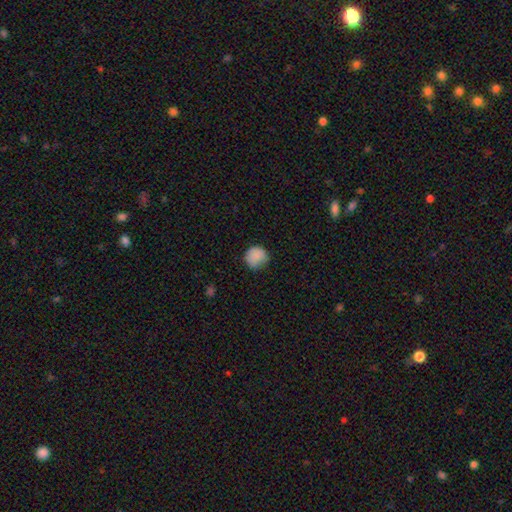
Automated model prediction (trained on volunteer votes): Smooth or featured?
  - smooth: 85% *
  - star or artifact: 9%
  - featured or disk: 6%
How rounded?
  - round: 90% *
  - in between: 10%
  - cigar-shaped: 1%
Merging?
  - none: 71% *
  - minor disturbance: 23%
  - major disturbance: 5%
  - merger: 1%